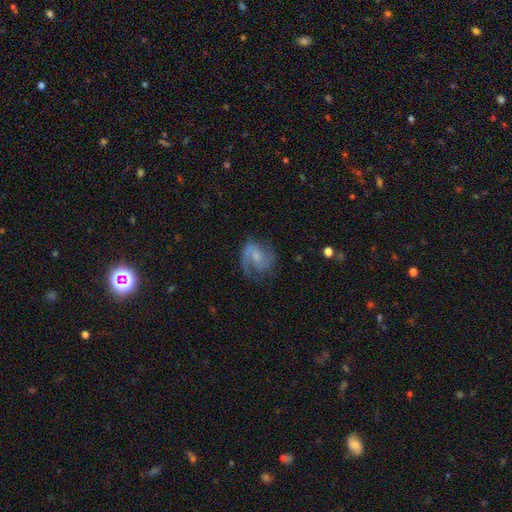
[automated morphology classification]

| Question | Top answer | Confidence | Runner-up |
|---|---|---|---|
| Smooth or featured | featured or disk | 81% | smooth (12%) |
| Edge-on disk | no | 98% | yes (2%) |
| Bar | weak | 46% | no (44%) |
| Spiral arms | yes | 95% | no (5%) |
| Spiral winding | medium | 52% | tight (25%) |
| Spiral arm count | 2 | 72% | 1 (17%) |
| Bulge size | small | 44% | moderate (31%) |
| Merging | none | 66% | minor disturbance (19%) |